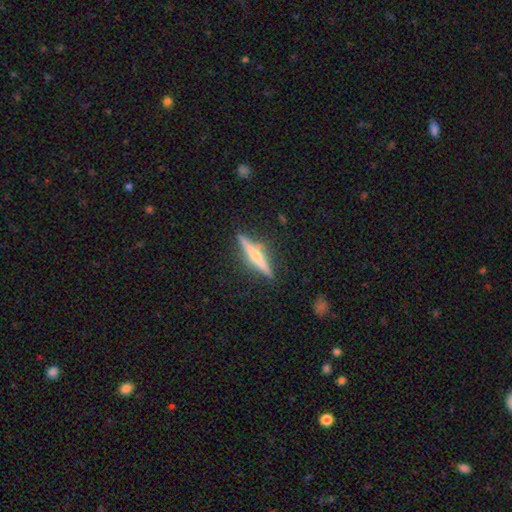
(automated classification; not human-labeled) This is likely a featured or disk galaxy (68%). It is clearly viewed edge-on (97%). Edge-on bulge: likely rounded (75%). Merging: clearly none (87%).